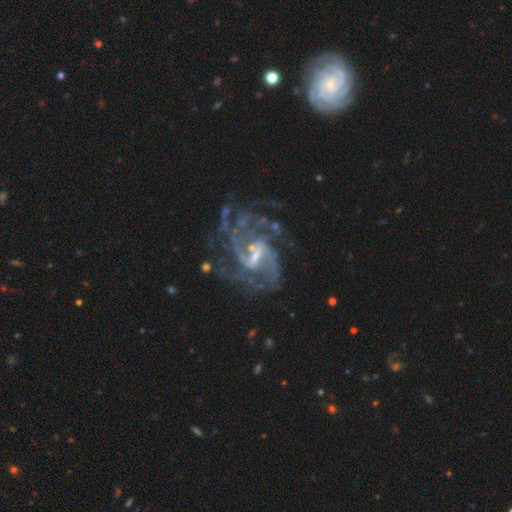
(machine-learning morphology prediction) A featured or disk galaxy (90%) with a weak bar (56%), 2 (35%) medium (53%) spiral arms (96%) and a small central bulge (58%). Merging: none (55%).